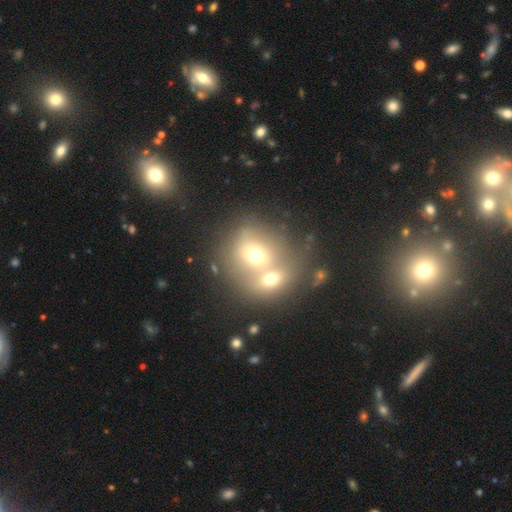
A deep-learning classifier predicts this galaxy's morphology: A smooth galaxy with no disk features (55%) that is round (76%).

Vote fractions:
- Smooth or featured? smooth: 55% / featured or disk: 27% / star or artifact: 18%
- How rounded? round: 76% / in between: 23% / cigar-shaped: 1%
- Merging? merger: 61% / none: 28% / minor disturbance: 7% / major disturbance: 4%